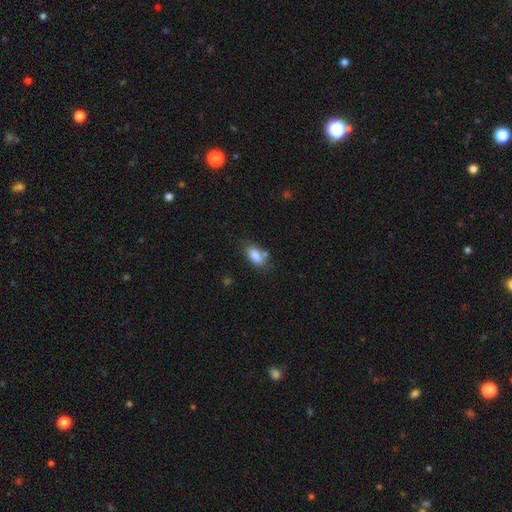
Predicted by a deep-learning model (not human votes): This appears to be a smooth galaxy with no disk features (85%) that is in between round and cigar-shaped (87%). Merging: none (64%).